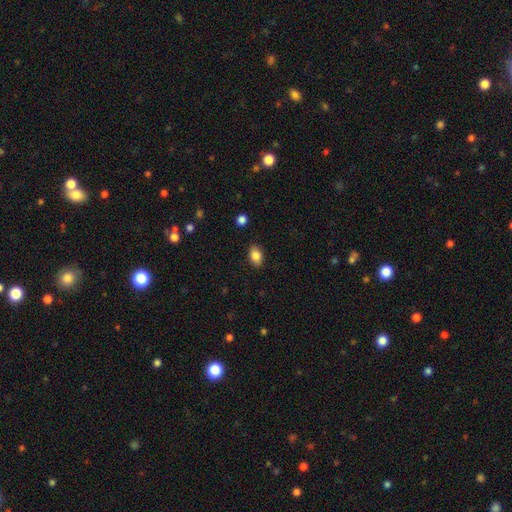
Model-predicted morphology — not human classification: Smooth or featured?
  - smooth: 85% *
  - star or artifact: 8%
  - featured or disk: 7%
How rounded?
  - in between: 83% *
  - round: 15%
  - cigar-shaped: 1%
Merging?
  - none: 87% *
  - minor disturbance: 9%
  - major disturbance: 2%
  - merger: 1%